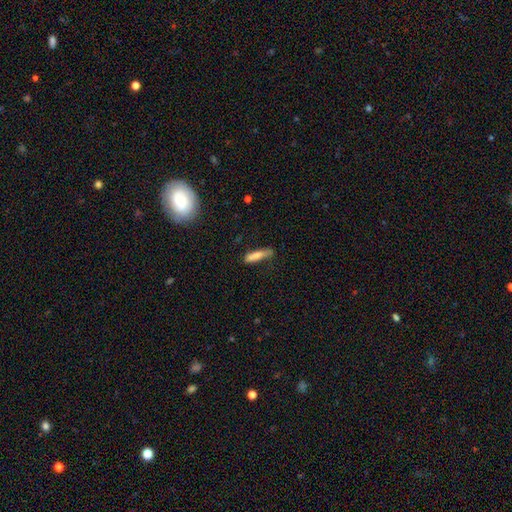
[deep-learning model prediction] smooth-or-featured: smooth: 77% | featured or disk: 16% | star or artifact: 7%
  how-rounded: cigar-shaped: 82% | in between: 17% | round: 2%
  merging: none: 67% | minor disturbance: 24% | major disturbance: 6% | merger: 3%